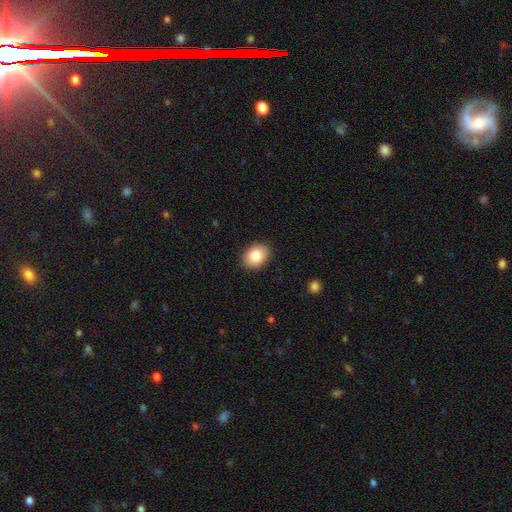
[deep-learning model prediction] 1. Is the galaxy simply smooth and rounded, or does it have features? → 84% smooth, 8% featured or disk, 8% star or artifact.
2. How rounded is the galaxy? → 67% in between, 32% round, 1% cigar-shaped.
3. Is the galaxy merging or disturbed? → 90% none, 8% minor disturbance, 2% major disturbance, 1% merger.